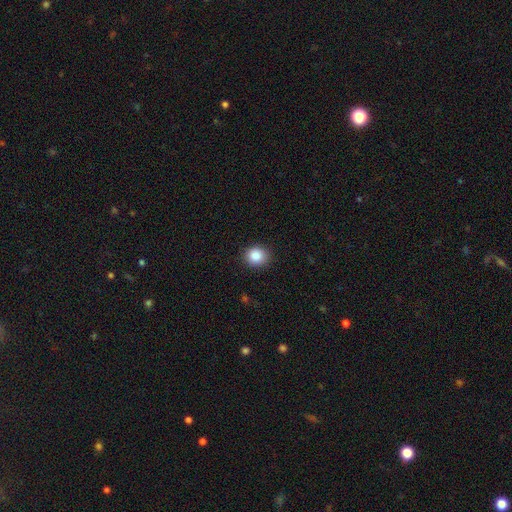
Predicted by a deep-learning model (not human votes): Smooth or featured? smooth (87%)
How rounded? round (79%)
Merging? none (89%)